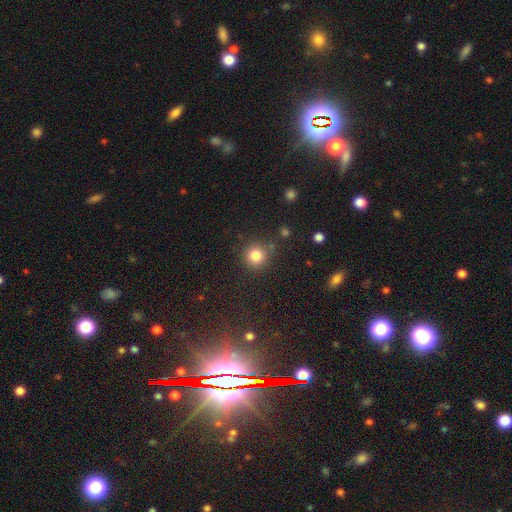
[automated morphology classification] This is clearly a smooth galaxy (82%). How rounded: clearly round (92%). Merging: likely none (78%).